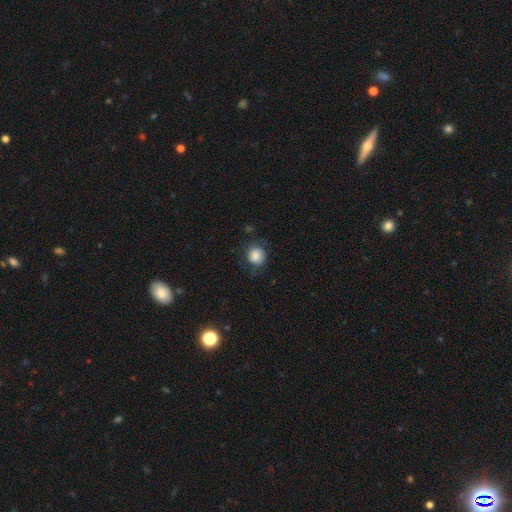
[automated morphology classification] smooth 79%, featured or disk 12%, star or artifact 8%. Down the decision tree: how rounded — round (85%); merging — none (70%).